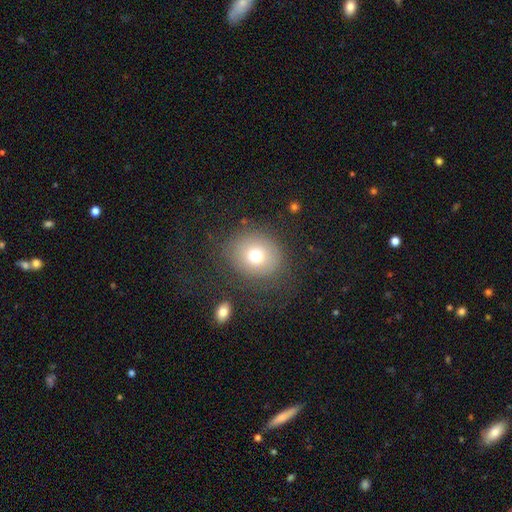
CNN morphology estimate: Q: Smooth or featured?
A: smooth (70%); runner-up: featured or disk (18%)
Q: How rounded?
A: round (68%); runner-up: in between (31%)
Q: Merging?
A: none (75%); runner-up: minor disturbance (14%)